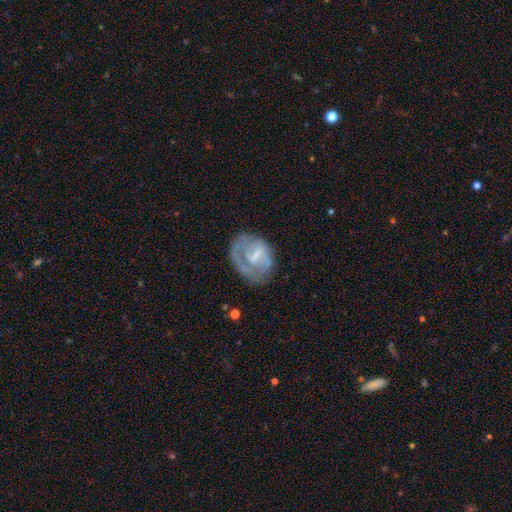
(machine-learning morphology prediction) A featured or disk galaxy (63%) with a weak bar (50%), spiral arms (64%) and a small central bulge (34%). Merging: none (50%).